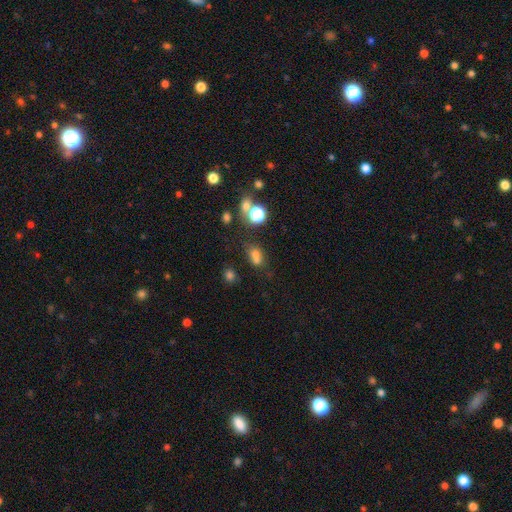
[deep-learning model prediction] The model was most divided on "merging": merger: 41%, none: 40%, minor disturbance: 12%, major disturbance: 7%. More confident: smooth or featured — smooth (64%); how rounded — round (51%).